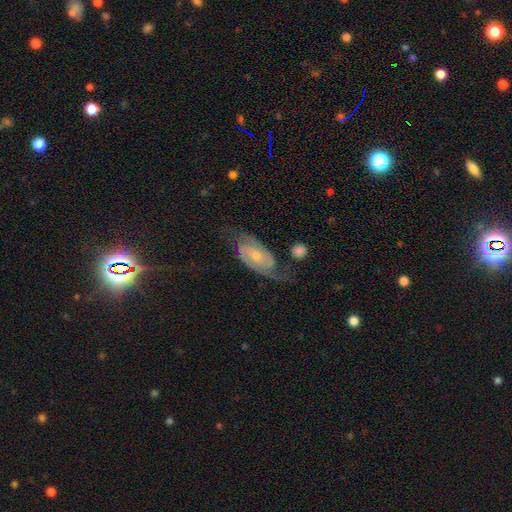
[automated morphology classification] Smooth or featured: featured or disk — 84% (smooth — 10%)
Edge-on disk: no — 95% (yes — 5%)
Bar: no — 59% (weak — 33%)
Spiral arms: yes — 96% (no — 4%)
Spiral winding: medium — 44% (tight — 36%)
Spiral arm count: 2 — 88% (can't tell — 6%)
Bulge size: small — 55% (moderate — 38%)
Merging: none — 64% (minor disturbance — 18%)